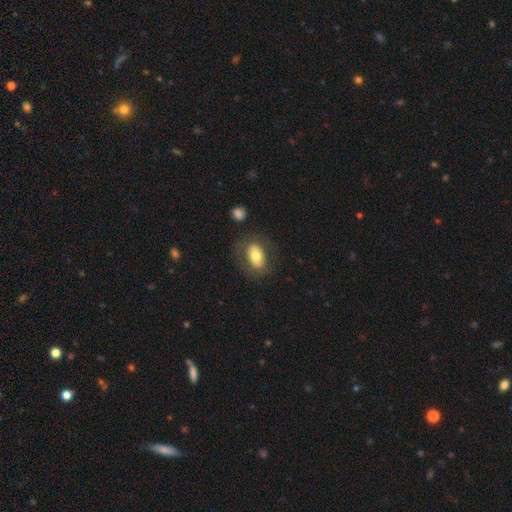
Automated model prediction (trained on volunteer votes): A smooth galaxy with no disk features (67%) that is in between round and cigar-shaped (84%).

Vote fractions:
- Smooth or featured? smooth: 67% / featured or disk: 26% / star or artifact: 7%
- How rounded? in between: 84% / round: 15% / cigar-shaped: 2%
- Merging? none: 73% / minor disturbance: 15% / major disturbance: 9% / merger: 3%